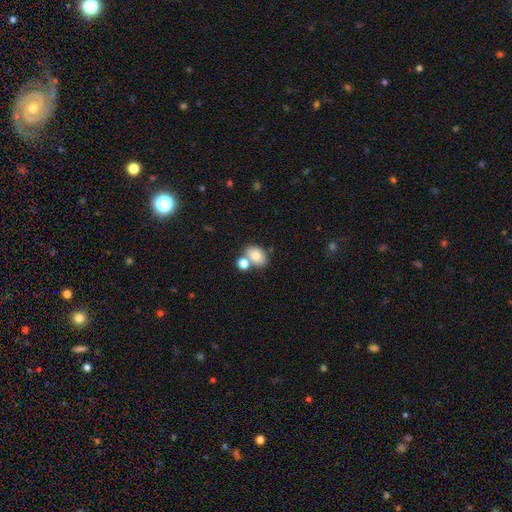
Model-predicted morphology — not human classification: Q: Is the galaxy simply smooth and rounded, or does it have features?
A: smooth — 76%.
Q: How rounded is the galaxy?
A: in between — 71%.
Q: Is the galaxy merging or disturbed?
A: none — 54%.